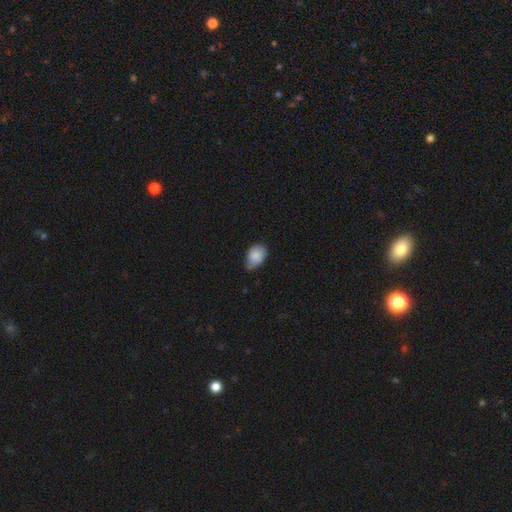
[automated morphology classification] smooth-or-featured: smooth: 83% | featured or disk: 9% | star or artifact: 7%
  how-rounded: in between: 78% | round: 21% | cigar-shaped: 1%
  merging: none: 50% | minor disturbance: 41% | major disturbance: 6% | merger: 2%